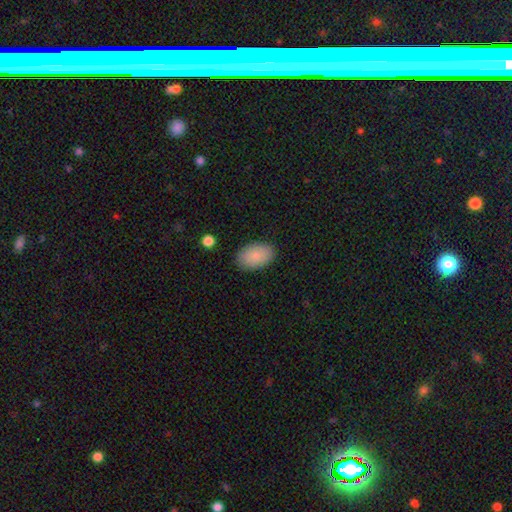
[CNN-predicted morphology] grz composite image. It shows a smooth galaxy with no disk features (88%) that is in between round and cigar-shaped (92%). Merging: none (87%).